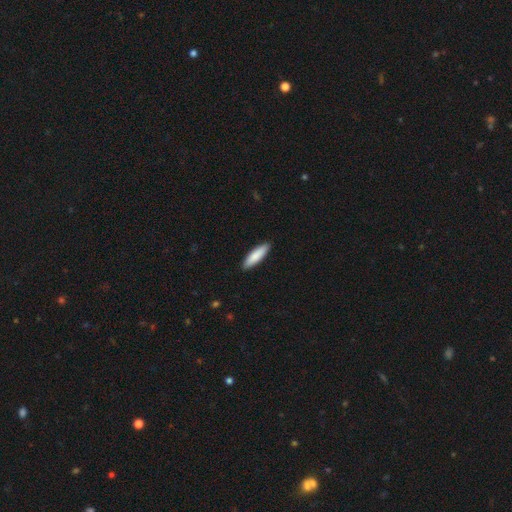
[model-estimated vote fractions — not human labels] A smooth galaxy with no disk features (86%) that is cigar-shaped (62%).

Vote fractions:
- Smooth or featured? smooth: 86% / featured or disk: 9% / star or artifact: 5%
- How rounded? cigar-shaped: 62% / in between: 36% / round: 1%
- Merging? none: 91% / minor disturbance: 7% / major disturbance: 1% / merger: 1%